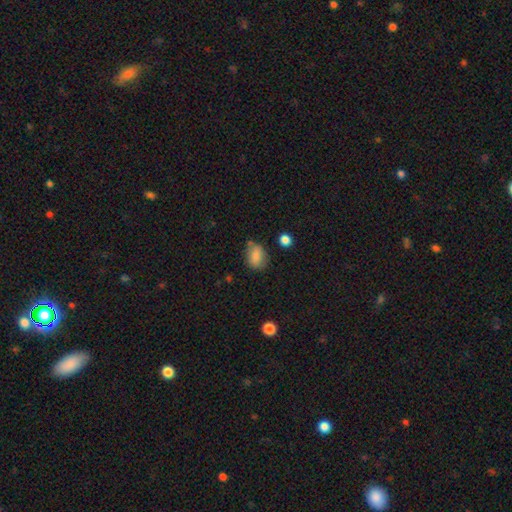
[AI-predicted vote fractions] smooth-or-featured: smooth: 82% | star or artifact: 9% | featured or disk: 9%
  how-rounded: in between: 67% | round: 31% | cigar-shaped: 2%
  merging: none: 66% | minor disturbance: 23% | merger: 6% | major disturbance: 5%